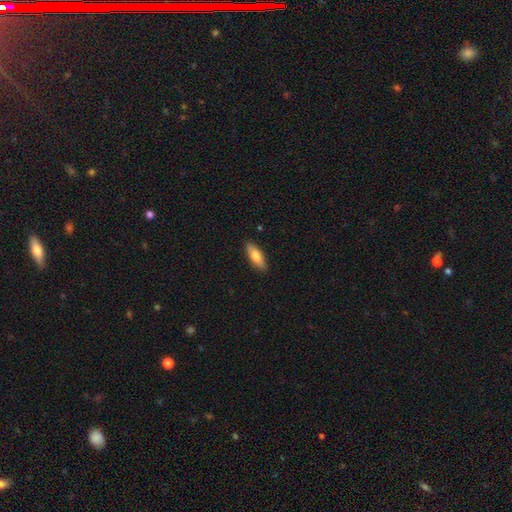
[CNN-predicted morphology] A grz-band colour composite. It shows a smooth galaxy with no disk features (77%) that is in between round and cigar-shaped (61%). Merging: none (88%).